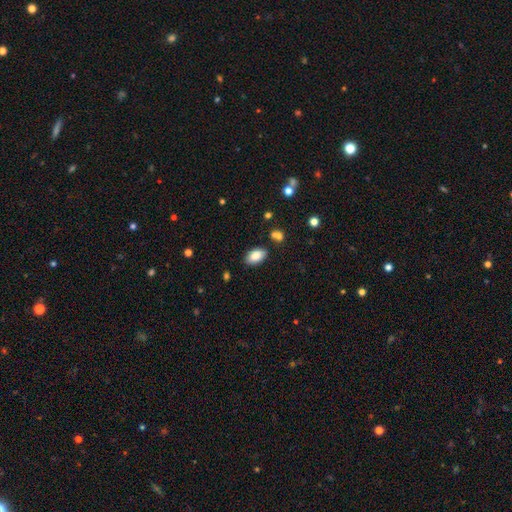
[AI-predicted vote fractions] Smooth or featured? Predicted: smooth (p=0.85). How rounded? Predicted: in between (p=0.94). Merging? Predicted: none (p=0.83).